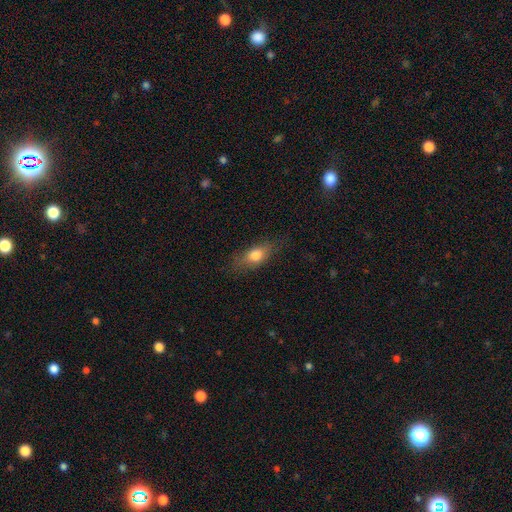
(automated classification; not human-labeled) Smooth or featured?
  - smooth: 74% *
  - featured or disk: 17%
  - star or artifact: 8%
How rounded?
  - in between: 75% *
  - cigar-shaped: 14%
  - round: 11%
Merging?
  - none: 73% *
  - minor disturbance: 19%
  - major disturbance: 6%
  - merger: 1%